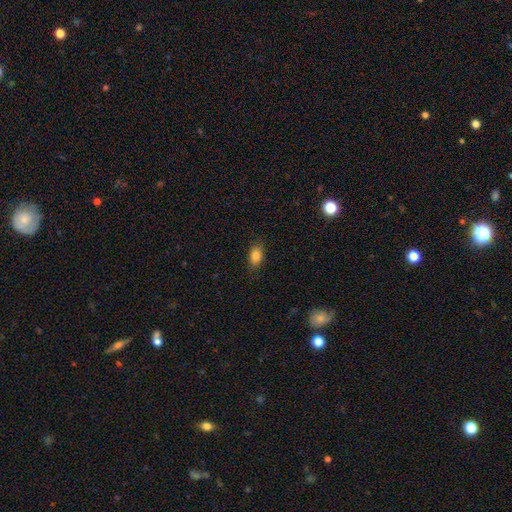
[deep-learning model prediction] smooth 84%, star or artifact 9%, featured or disk 7%. Down the decision tree: how rounded — in between (84%); merging — none (83%).